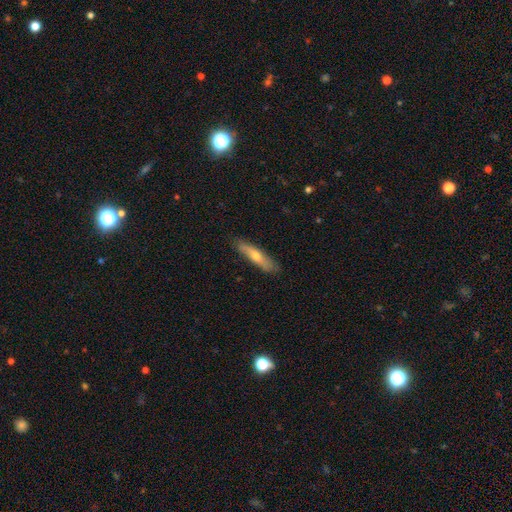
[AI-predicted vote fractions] Smooth or featured? smooth (57%)
How rounded? cigar-shaped (84%)
Merging? none (83%)